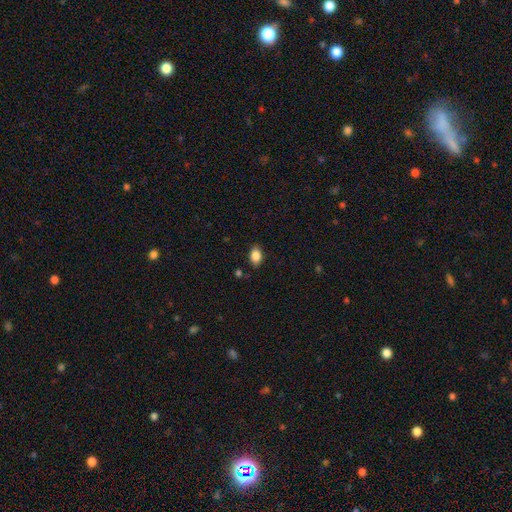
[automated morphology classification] The model was most divided on "how rounded": in between: 85%, round: 14%, cigar-shaped: 1%. More confident: smooth or featured — smooth (86%); merging — none (85%).